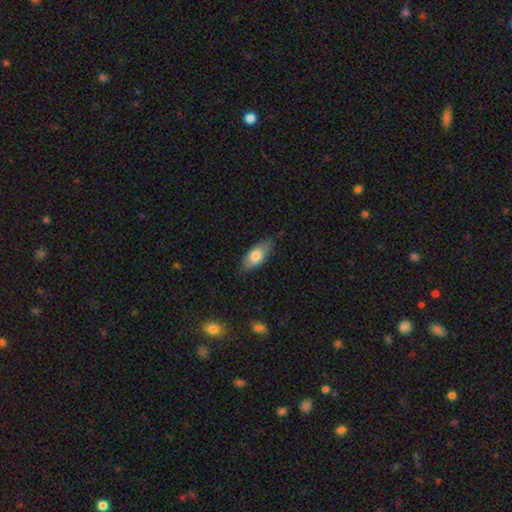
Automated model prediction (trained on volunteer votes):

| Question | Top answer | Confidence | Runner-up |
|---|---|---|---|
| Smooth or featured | smooth | 76% | featured or disk (18%) |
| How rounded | in between | 87% | cigar-shaped (10%) |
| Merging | none | 75% | minor disturbance (20%) |